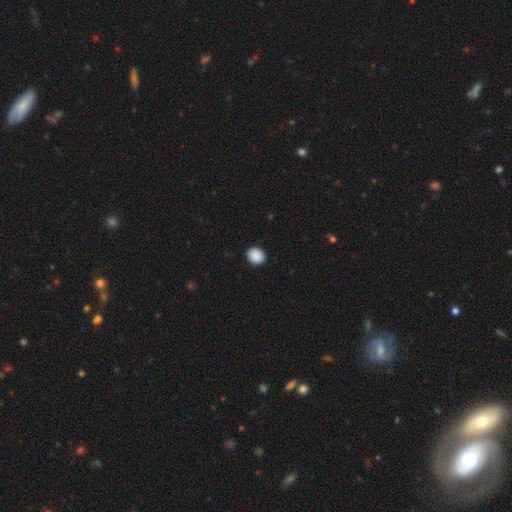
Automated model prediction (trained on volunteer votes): Smooth or featured? Predicted: smooth (p=0.90). How rounded? Predicted: round (p=0.60). Merging? Predicted: none (p=0.91).